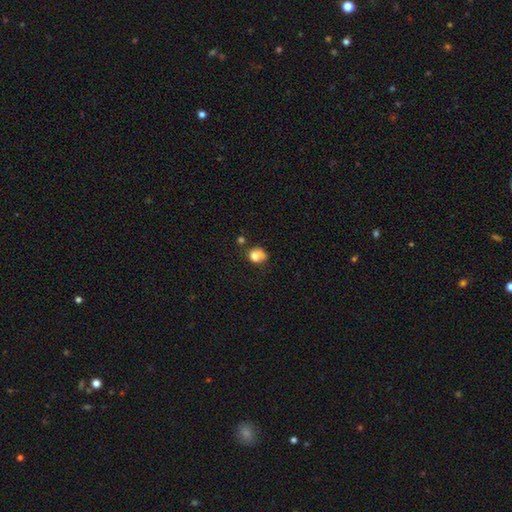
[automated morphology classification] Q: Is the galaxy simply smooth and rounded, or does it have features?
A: smooth — 74%.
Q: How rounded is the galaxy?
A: round — 53%.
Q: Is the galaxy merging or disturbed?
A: none — 35%.